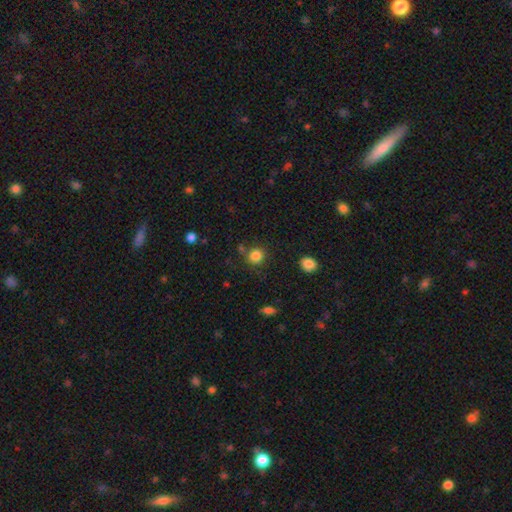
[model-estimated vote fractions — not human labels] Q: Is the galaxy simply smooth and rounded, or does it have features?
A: smooth — 84%.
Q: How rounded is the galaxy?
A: round — 87%.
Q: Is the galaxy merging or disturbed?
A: none — 78%.